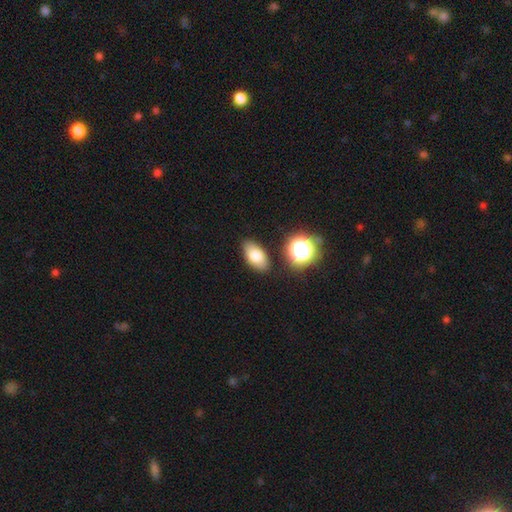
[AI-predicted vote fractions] Smooth or featured: smooth — 76% (featured or disk — 14%)
How rounded: in between — 90% (round — 7%)
Merging: none — 84% (minor disturbance — 10%)